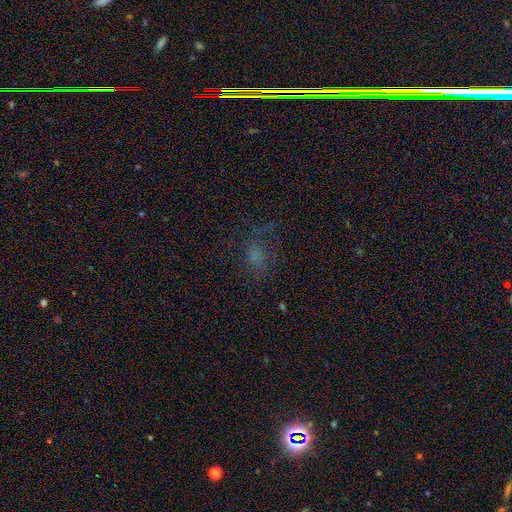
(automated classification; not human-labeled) Smooth or featured? smooth (52%)
How rounded? in between (59%)
Merging? none (50%)